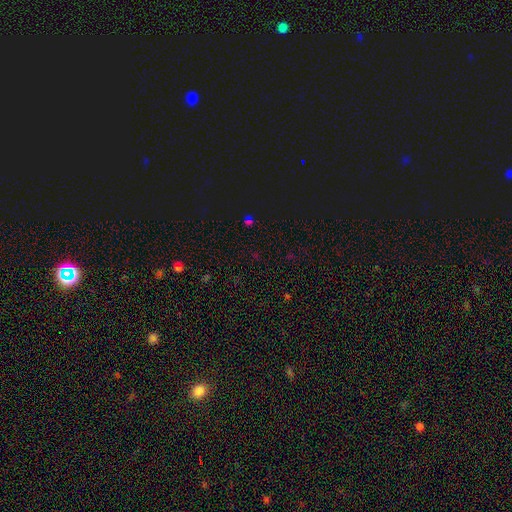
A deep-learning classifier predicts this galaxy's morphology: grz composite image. It shows a star or artifact, not a galaxy (64%).